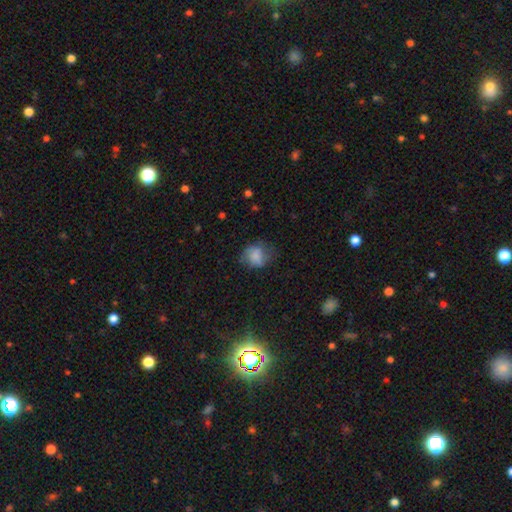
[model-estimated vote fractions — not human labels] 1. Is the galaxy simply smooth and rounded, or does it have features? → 75% smooth, 16% featured or disk, 9% star or artifact.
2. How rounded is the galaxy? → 60% round, 39% in between, 1% cigar-shaped.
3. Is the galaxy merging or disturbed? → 53% none, 29% minor disturbance, 16% major disturbance, 2% merger.